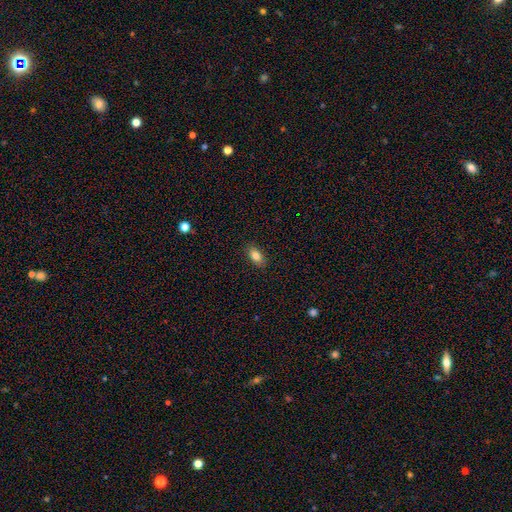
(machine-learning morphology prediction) A smooth galaxy with no disk features (84%) that is in between round and cigar-shaped (89%).

Vote fractions:
- Smooth or featured? smooth: 84% / star or artifact: 8% / featured or disk: 7%
- How rounded? in between: 89% / round: 8% / cigar-shaped: 4%
- Merging? none: 88% / minor disturbance: 9% / major disturbance: 2% / merger: 1%